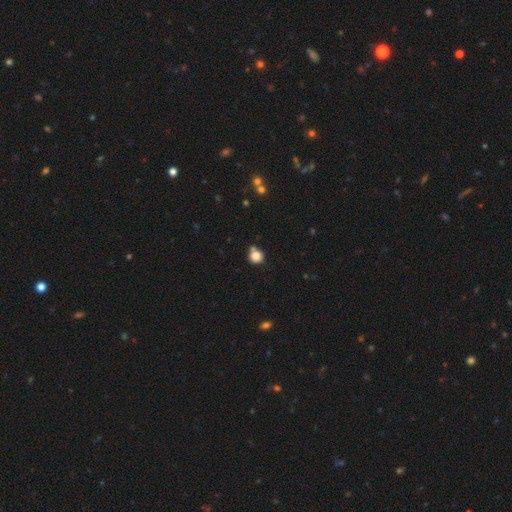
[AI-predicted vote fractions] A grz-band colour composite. It shows a smooth galaxy with no disk features (83%) that is round (90%). Merging: none (69%).